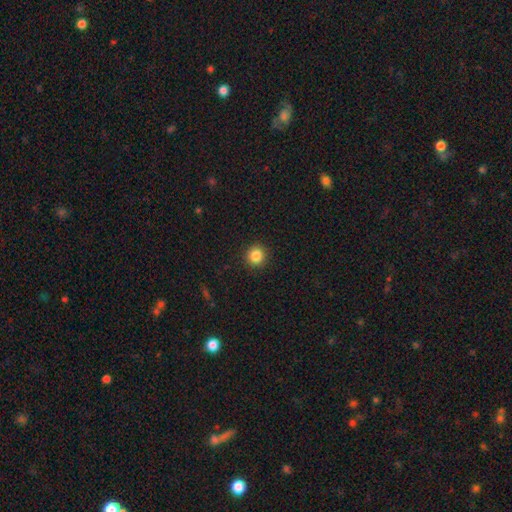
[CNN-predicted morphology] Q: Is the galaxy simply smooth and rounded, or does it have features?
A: smooth — 85%.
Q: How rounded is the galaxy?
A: round — 92%.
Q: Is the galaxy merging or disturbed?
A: none — 92%.